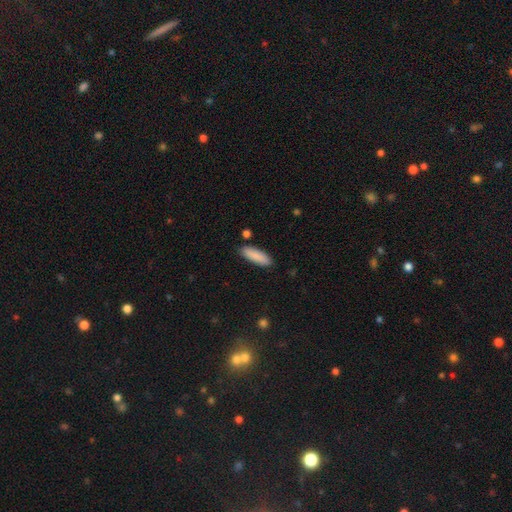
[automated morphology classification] Smooth or featured? smooth (88%)
How rounded? in between (52%)
Merging? none (87%)